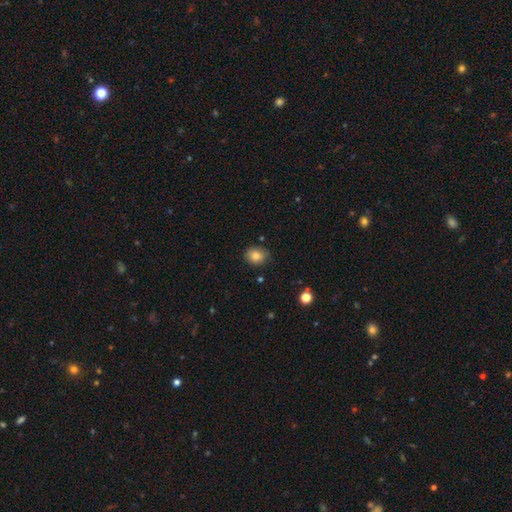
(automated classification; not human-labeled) The model was most divided on "how rounded": round: 60%, in between: 39%, cigar-shaped: 1%. More confident: smooth or featured — smooth (84%); merging — none (82%).